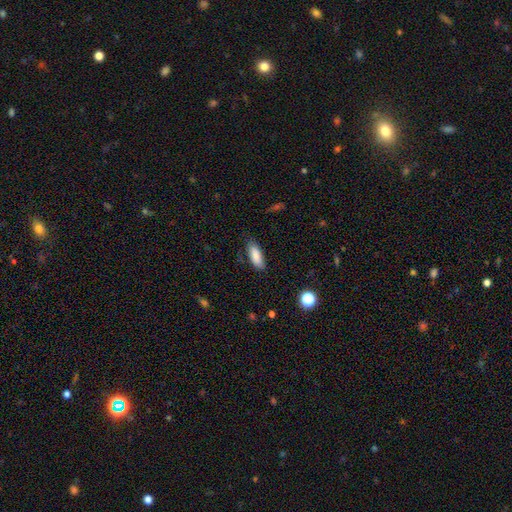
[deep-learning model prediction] Smooth or featured? Predicted: smooth (p=0.85). How rounded? Predicted: in between (p=0.74). Merging? Predicted: none (p=0.79).